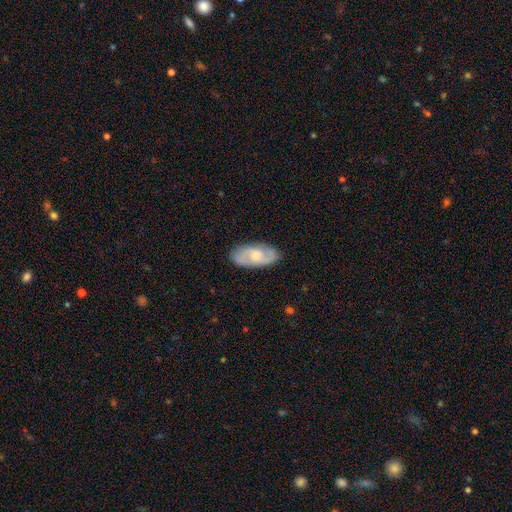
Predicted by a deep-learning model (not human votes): Smooth or featured?
  - featured or disk: 65% *
  - smooth: 29%
  - star or artifact: 5%
Edge-on disk?
  - no: 94% *
  - yes: 6%
Bar?
  - no: 60% *
  - weak: 35%
  - strong: 5%
Spiral arms?
  - yes: 89% *
  - no: 11%
Spiral winding?
  - medium: 49% *
  - tight: 31%
  - loose: 21%
Spiral arm count?
  - 2: 79% *
  - can't tell: 12%
  - 3: 3%
  - 1: 3%
  - 4: 1%
  - more than 4: 1%
Bulge size?
  - moderate: 46% *
  - small: 44%
  - none: 5%
  - large: 4%
  - dominant: 1%
Merging?
  - none: 84% *
  - minor disturbance: 12%
  - major disturbance: 3%
  - merger: 1%